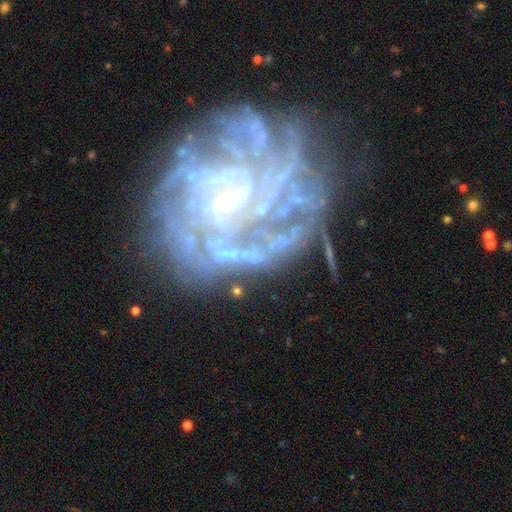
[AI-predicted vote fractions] Smooth or featured?
  - featured or disk: 69% *
  - star or artifact: 17%
  - smooth: 14%
Edge-on disk?
  - no: 95% *
  - yes: 5%
Bar?
  - no: 45% *
  - weak: 30%
  - strong: 25%
Spiral arms?
  - yes: 79% *
  - no: 21%
Spiral winding?
  - tight: 42% *
  - medium: 37%
  - loose: 21%
Spiral arm count?
  - can't tell: 34% *
  - 2: 19%
  - 3: 18%
  - 4: 11%
  - more than 4: 9%
  - 1: 9%
Bulge size?
  - small: 42% *
  - moderate: 28%
  - none: 23%
  - large: 5%
  - dominant: 2%
Merging?
  - none: 47% *
  - major disturbance: 20%
  - minor disturbance: 18%
  - merger: 15%